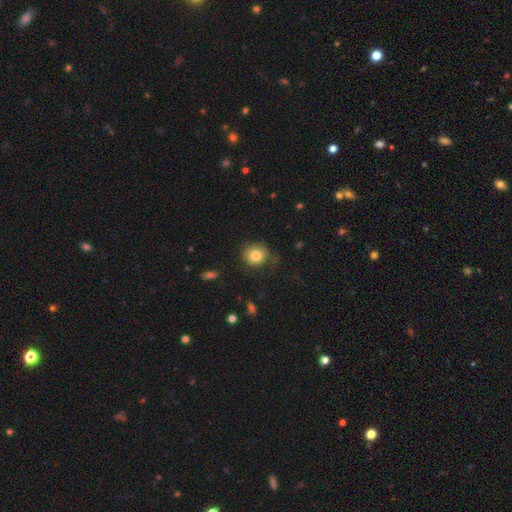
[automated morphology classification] A smooth galaxy with no disk features (80%) that is round (87%).

Vote fractions:
- Smooth or featured? smooth: 80% / star or artifact: 10% / featured or disk: 9%
- How rounded? round: 87% / in between: 13% / cigar-shaped: 1%
- Merging? none: 73% / minor disturbance: 19% / major disturbance: 7% / merger: 2%